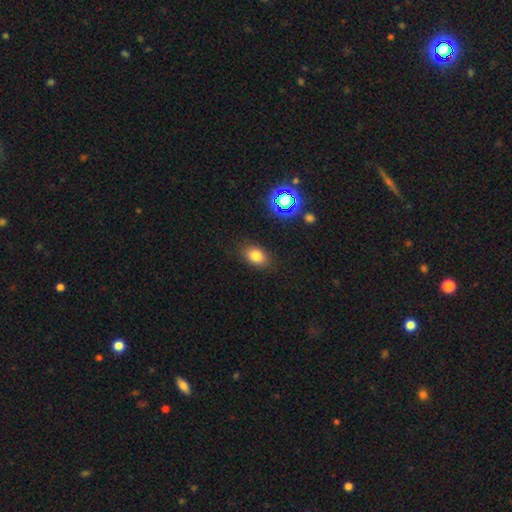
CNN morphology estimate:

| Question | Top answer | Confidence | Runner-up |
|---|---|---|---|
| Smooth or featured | smooth | 80% | star or artifact (13%) |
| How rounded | in between | 77% | round (21%) |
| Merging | none | 84% | minor disturbance (11%) |